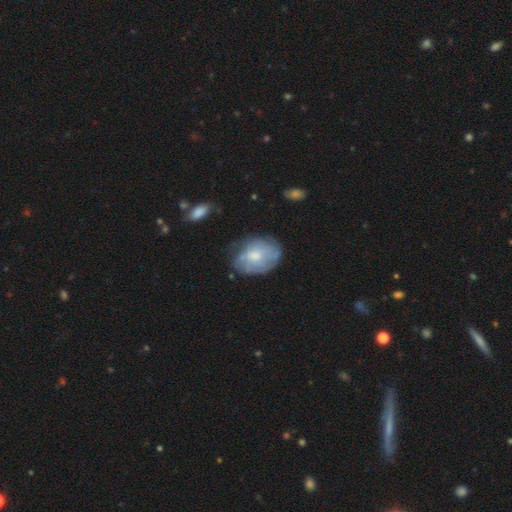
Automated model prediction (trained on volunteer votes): Overall: smooth (55%; featured or disk 39%). How rounded: in between (70%). Merging: none (61%; minor disturbance 27%).